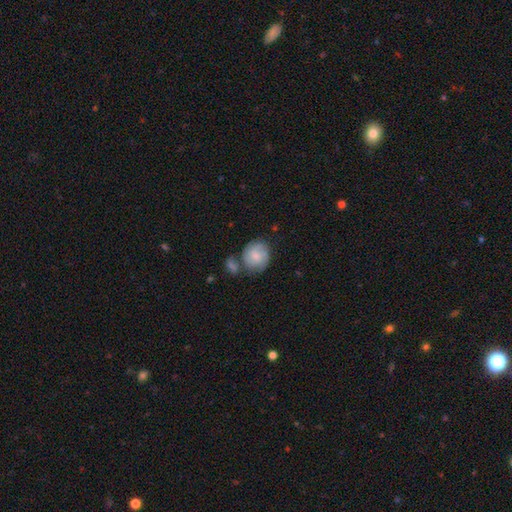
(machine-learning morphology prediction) Smooth or featured? Predicted: smooth (p=0.59). How rounded? Predicted: round (p=0.74). Merging? Predicted: none (p=0.51).